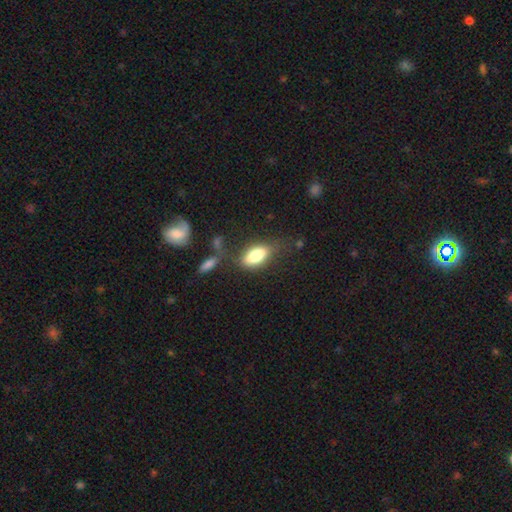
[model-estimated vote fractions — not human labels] Smooth or featured?
  - smooth: 77% *
  - featured or disk: 16%
  - star or artifact: 8%
How rounded?
  - in between: 83% *
  - cigar-shaped: 13%
  - round: 4%
Merging?
  - none: 61% *
  - minor disturbance: 20%
  - major disturbance: 11%
  - merger: 8%